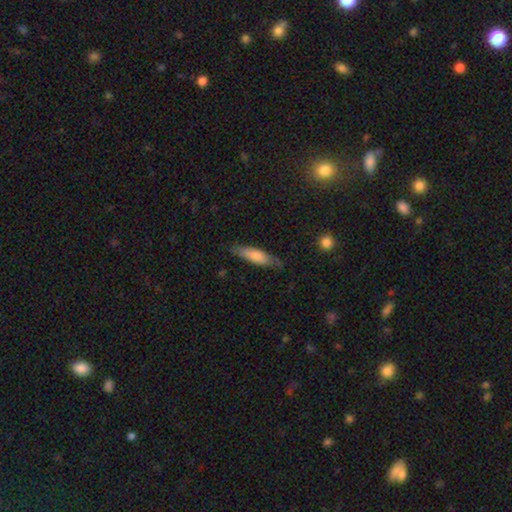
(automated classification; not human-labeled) This is likely a smooth galaxy (74%). How rounded: possibly cigar-shaped (59%). Merging: likely none (72%).